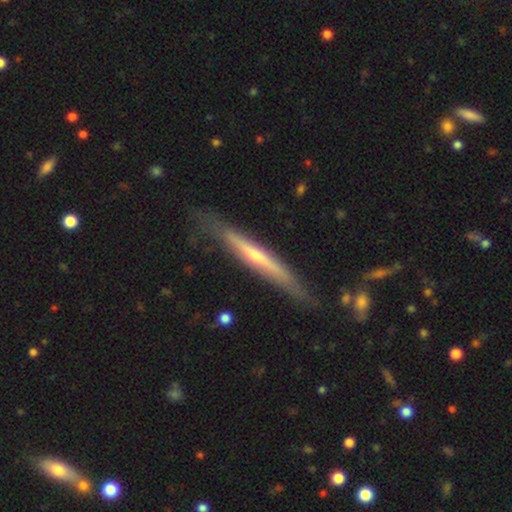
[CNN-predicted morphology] Smooth or featured? featured or disk (65%)
Edge-on disk? yes (93%)
Edge-on bulge? rounded (56%)
Merging? none (78%)